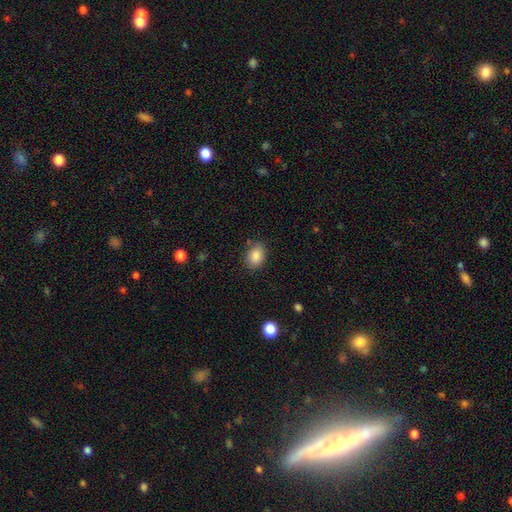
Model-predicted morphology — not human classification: A smooth galaxy with no disk features (87%) that is in between round and cigar-shaped (77%).

Vote fractions:
- Smooth or featured? smooth: 87% / star or artifact: 8% / featured or disk: 5%
- How rounded? in between: 77% / round: 22% / cigar-shaped: 1%
- Merging? none: 81% / minor disturbance: 13% / major disturbance: 3% / merger: 2%